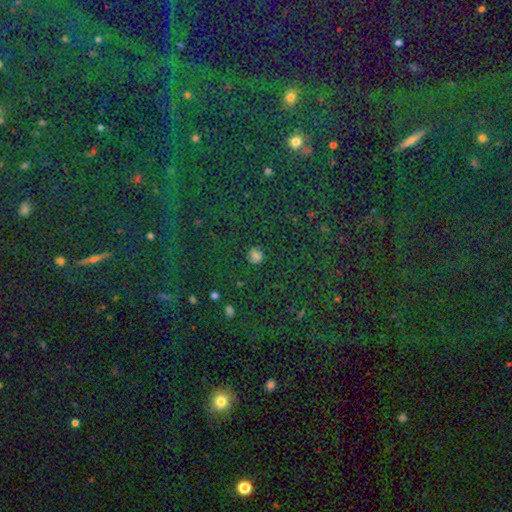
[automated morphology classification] Smooth or featured?
  - smooth: 61% *
  - star or artifact: 30%
  - featured or disk: 9%
How rounded?
  - round: 76% *
  - in between: 22%
  - cigar-shaped: 1%
Merging?
  - none: 80% *
  - minor disturbance: 12%
  - major disturbance: 5%
  - merger: 3%